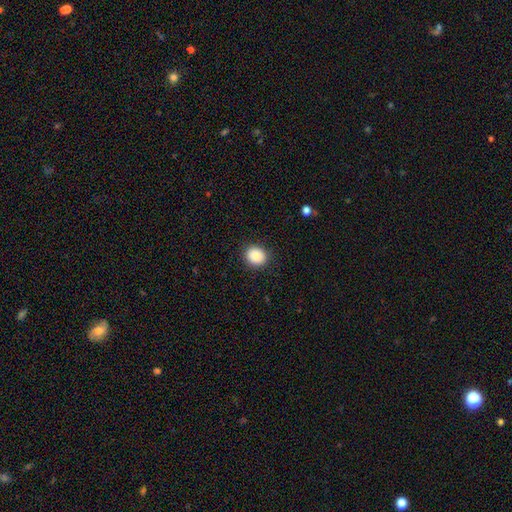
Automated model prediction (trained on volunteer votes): Smooth or featured: smooth — 87% (star or artifact — 8%)
How rounded: round — 73% (in between — 26%)
Merging: none — 89% (minor disturbance — 8%)